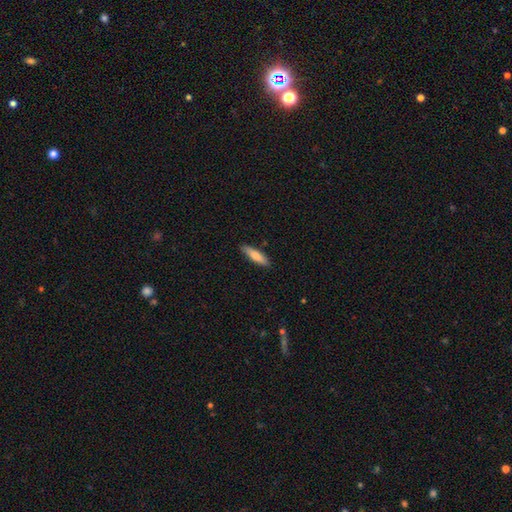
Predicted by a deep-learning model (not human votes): Smooth or featured: smooth — 73% (featured or disk — 21%)
How rounded: cigar-shaped — 66% (in between — 32%)
Merging: none — 88% (minor disturbance — 9%)